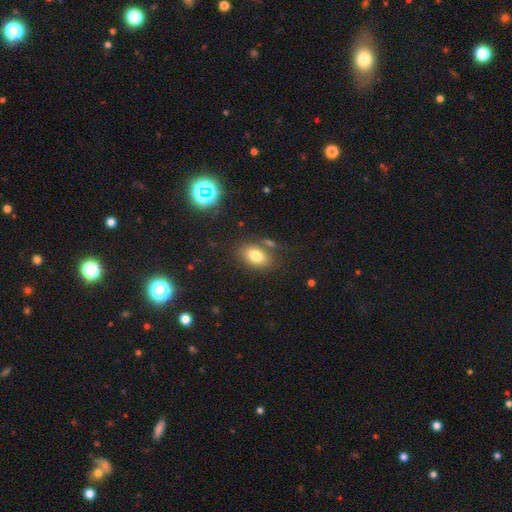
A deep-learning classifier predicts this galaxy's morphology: Smooth or featured? smooth (79%)
How rounded? in between (83%)
Merging? none (75%)